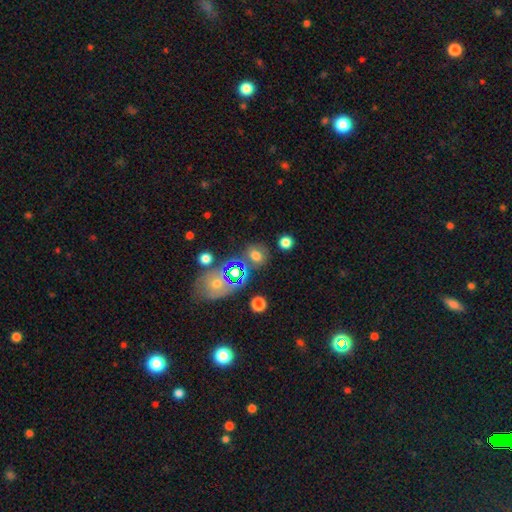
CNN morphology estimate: A smooth galaxy with no disk features (67%) that is round (64%). Merging: none (69%).